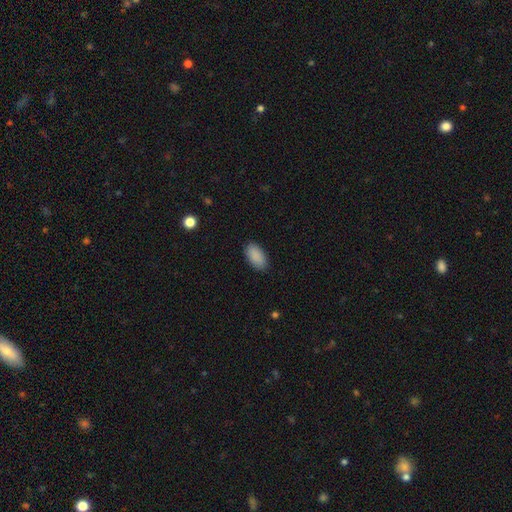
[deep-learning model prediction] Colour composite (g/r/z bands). It shows a smooth galaxy with no disk features (90%) that is in between round and cigar-shaped (94%). Merging: none (86%).